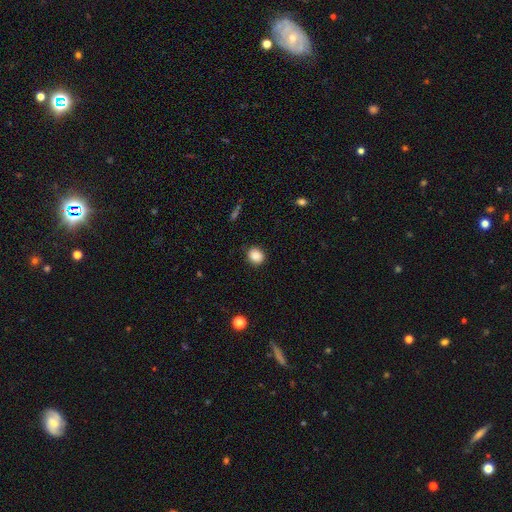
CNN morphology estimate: type=smooth (87%); roundness=round (72%); merging=none (86%).